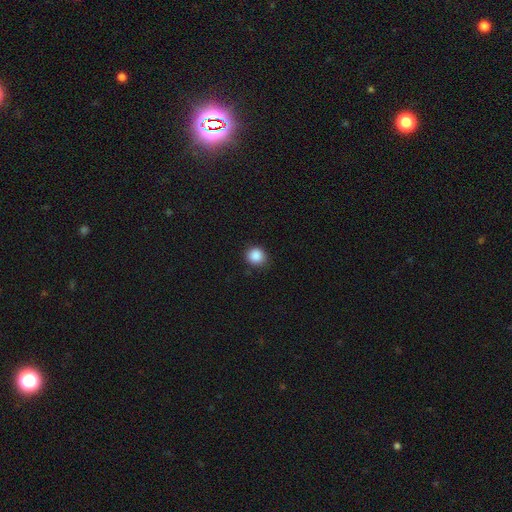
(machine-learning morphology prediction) Smooth or featured? Predicted: smooth (p=0.88). How rounded? Predicted: round (p=0.86). Merging? Predicted: none (p=0.86).